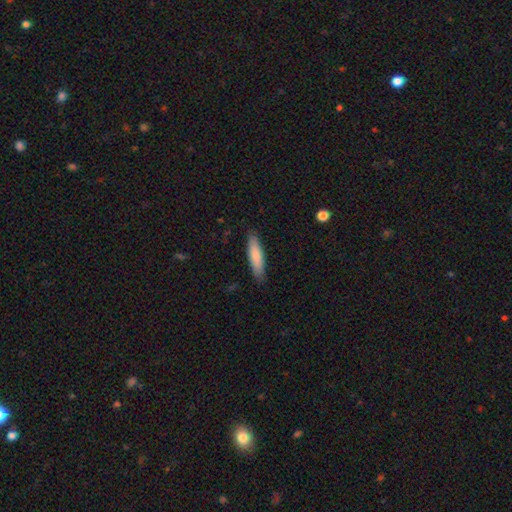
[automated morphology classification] Smooth or featured? Predicted: smooth (p=0.82). How rounded? Predicted: cigar-shaped (p=0.73). Merging? Predicted: none (p=0.87).